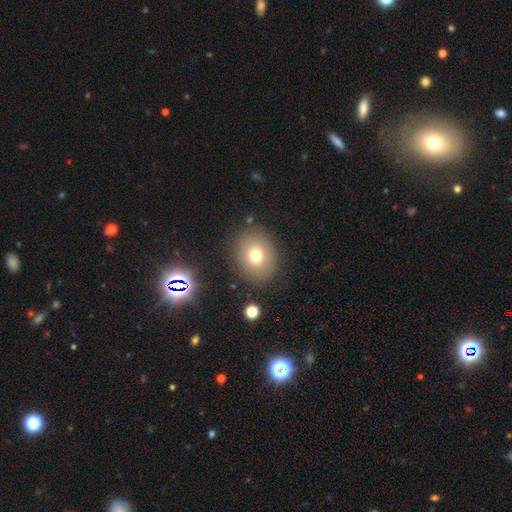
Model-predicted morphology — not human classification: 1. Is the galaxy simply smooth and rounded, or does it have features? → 73% smooth, 14% featured or disk, 13% star or artifact.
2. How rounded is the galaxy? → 57% round, 42% in between, 1% cigar-shaped.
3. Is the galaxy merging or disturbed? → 84% none, 10% minor disturbance, 4% major disturbance, 2% merger.